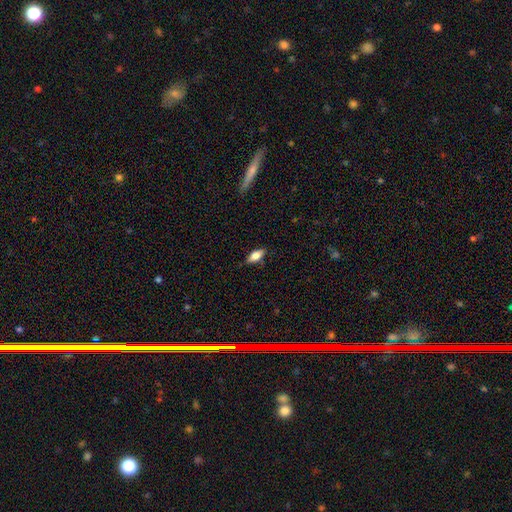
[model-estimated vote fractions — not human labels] Smooth or featured? smooth (64%)
How rounded? in between (78%)
Merging? none (83%)